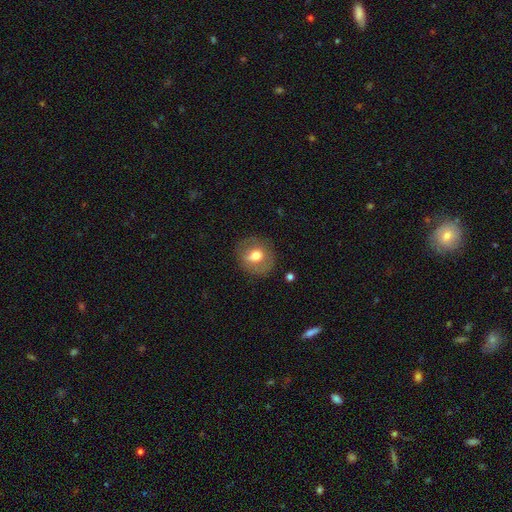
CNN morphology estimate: Q: Smooth or featured?
A: smooth (60%); runner-up: featured or disk (32%)
Q: How rounded?
A: round (73%); runner-up: in between (26%)
Q: Merging?
A: none (80%); runner-up: minor disturbance (13%)